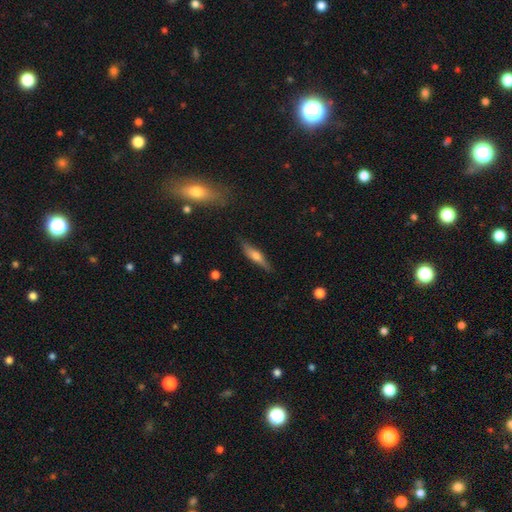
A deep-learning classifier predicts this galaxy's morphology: Overall: featured or disk (47%; smooth 46%). Merging: none (83%).